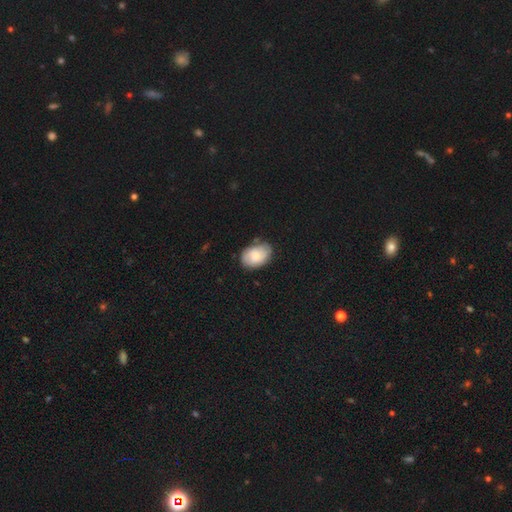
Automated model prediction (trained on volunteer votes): Smooth or featured: smooth — 64% (featured or disk — 29%)
How rounded: in between — 84% (round — 15%)
Merging: none — 73% (minor disturbance — 21%)